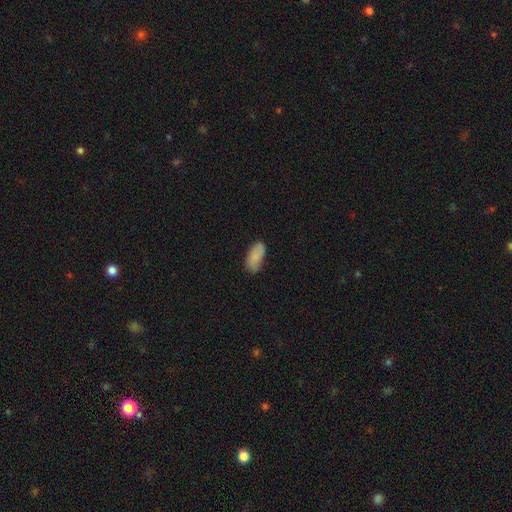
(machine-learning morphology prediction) type=smooth (82%); roundness=in between (92%); merging=none (74%).